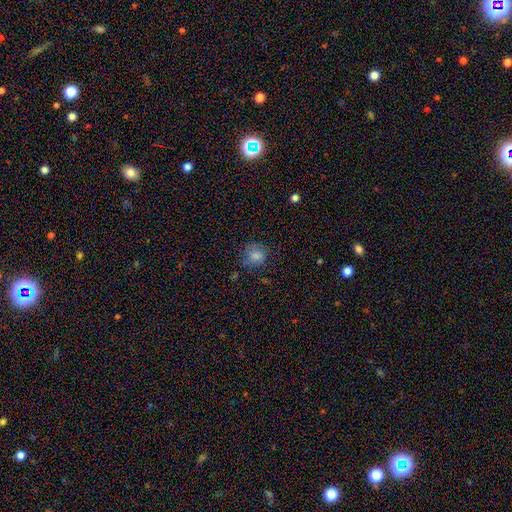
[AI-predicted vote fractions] smooth_or_featured: smooth (p=0.82) [alt: star or artifact p=0.11]
how_rounded: round (p=0.85) [alt: in between p=0.14]
merging: none (p=0.75) [alt: minor disturbance p=0.18]